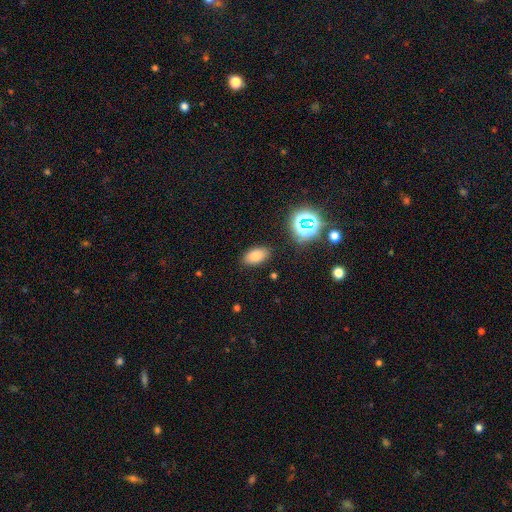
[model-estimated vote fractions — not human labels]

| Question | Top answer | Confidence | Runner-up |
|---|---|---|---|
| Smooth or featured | smooth | 77% | star or artifact (15%) |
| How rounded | in between | 91% | round (6%) |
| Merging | none | 86% | minor disturbance (10%) |